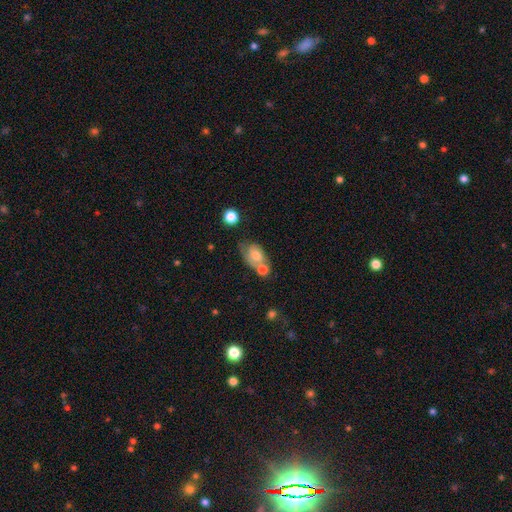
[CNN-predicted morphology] type=smooth (69%); roundness=in between (78%); merging=merger (41%).